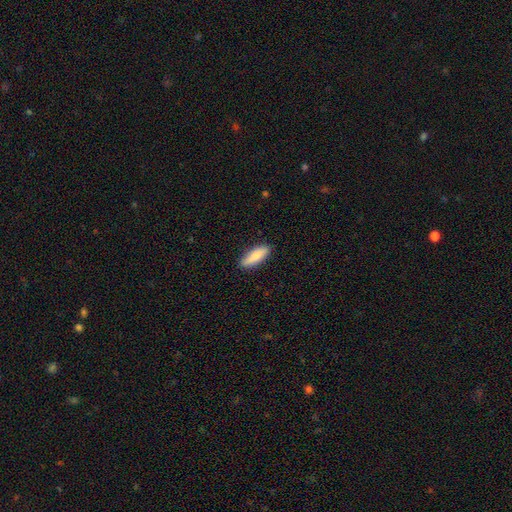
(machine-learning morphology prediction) The model was most divided on "how rounded": in between: 53%, cigar-shaped: 46%, round: 2%. More confident: merging — none (87%); smooth or featured — smooth (81%).